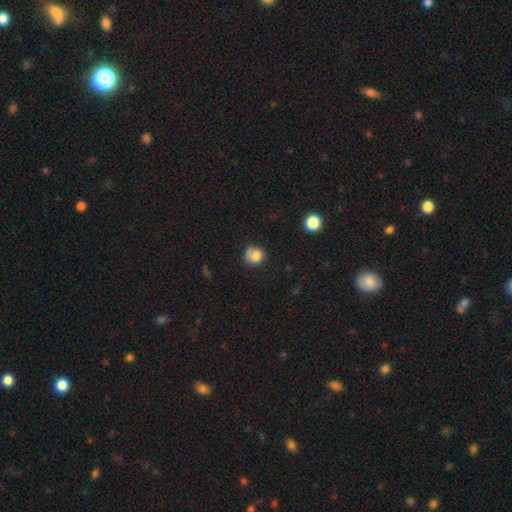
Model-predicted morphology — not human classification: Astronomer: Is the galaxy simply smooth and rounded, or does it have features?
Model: smooth — 79%.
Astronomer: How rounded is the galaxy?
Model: round — 77%.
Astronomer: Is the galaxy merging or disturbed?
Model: none — 53%.